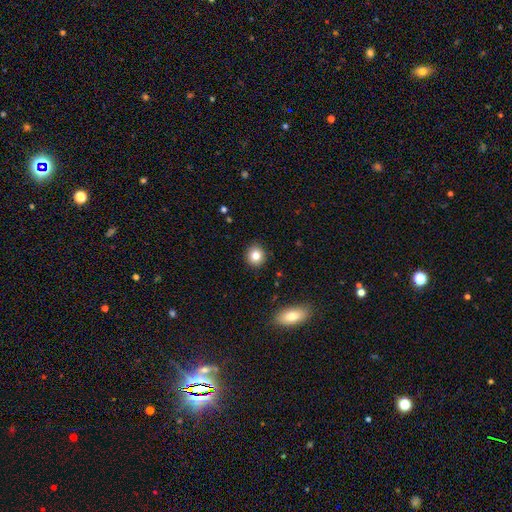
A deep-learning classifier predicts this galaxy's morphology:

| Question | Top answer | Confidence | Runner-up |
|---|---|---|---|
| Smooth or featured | smooth | 82% | star or artifact (11%) |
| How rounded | round | 87% | in between (12%) |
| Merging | none | 90% | minor disturbance (7%) |